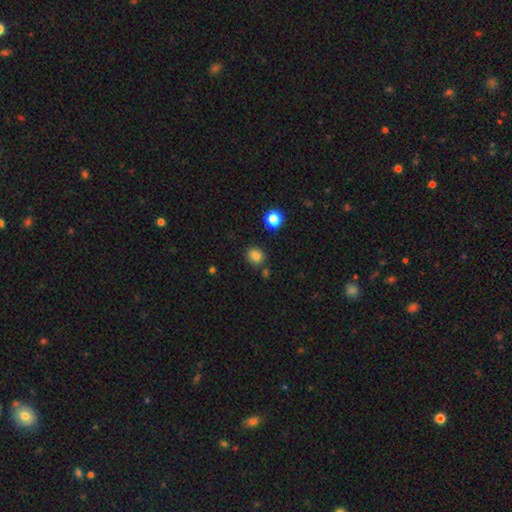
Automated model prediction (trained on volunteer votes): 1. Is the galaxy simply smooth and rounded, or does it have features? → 81% smooth, 14% star or artifact, 5% featured or disk.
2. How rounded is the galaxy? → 58% round, 41% in between, 1% cigar-shaped.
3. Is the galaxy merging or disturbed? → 76% none, 14% minor disturbance, 7% merger, 3% major disturbance.